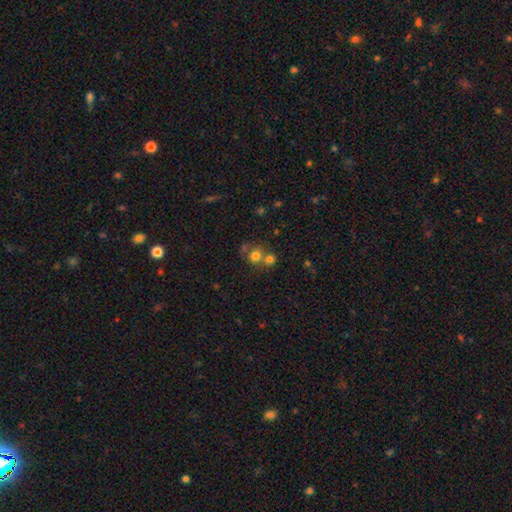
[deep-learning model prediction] A smooth galaxy with no disk features (69%) that is round (81%). Merging: merger (46%).